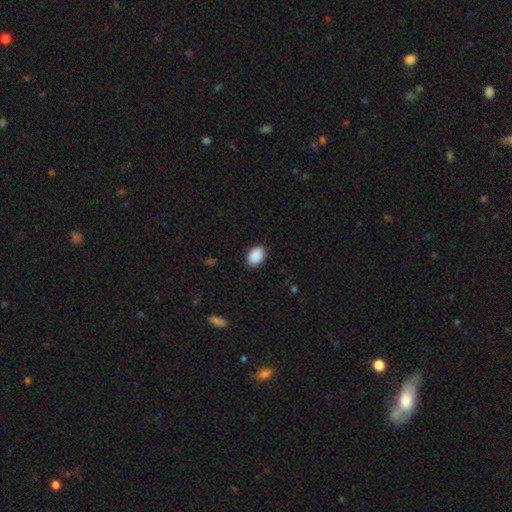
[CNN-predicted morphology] smooth 91%, star or artifact 7%, featured or disk 2%. Down the decision tree: how rounded — in between (80%); merging — none (88%).